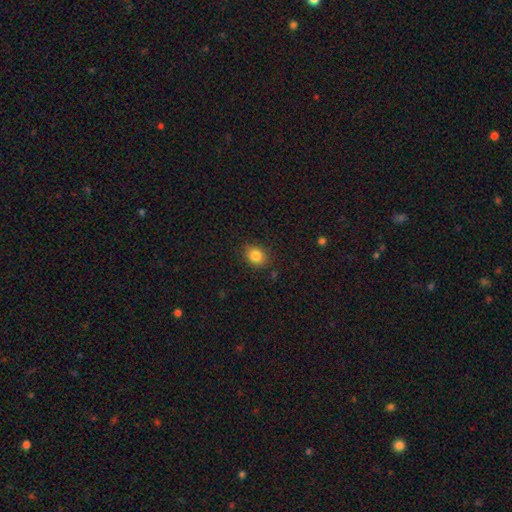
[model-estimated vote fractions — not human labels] Q: Smooth or featured?
A: smooth (84%); runner-up: star or artifact (10%)
Q: How rounded?
A: round (52%); runner-up: in between (47%)
Q: Merging?
A: none (84%); runner-up: minor disturbance (12%)